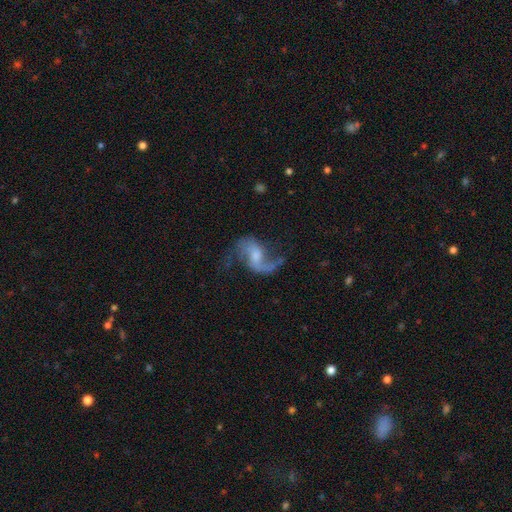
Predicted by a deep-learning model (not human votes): A featured or disk galaxy (87%) with a weak bar (49%), 2 (88%) loose (74%) spiral arms (96%) and a moderate central bulge (42%).

Vote fractions:
- Smooth or featured? featured or disk: 87% / smooth: 7% / star or artifact: 6%
- Edge-on disk? no: 97% / yes: 3%
- Bar? weak: 49% / no: 35% / strong: 15%
- Spiral arms? yes: 96% / no: 4%
- Spiral winding? loose: 74% / medium: 22% / tight: 4%
- Spiral arm count? 2: 88% / 1: 7% / can't tell: 2% / 3: 1% / 4: 1% / more than 4: 1%
- Bulge size? moderate: 42% / small: 36% / none: 13% / large: 7% / dominant: 2%
- Merging? none: 65% / minor disturbance: 17% / major disturbance: 16% / merger: 3%